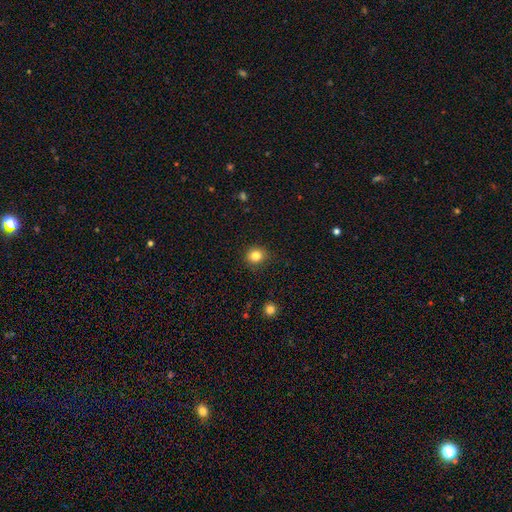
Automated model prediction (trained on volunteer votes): Smooth or featured? Predicted: smooth (p=0.83). How rounded? Predicted: round (p=0.81). Merging? Predicted: none (p=0.88).